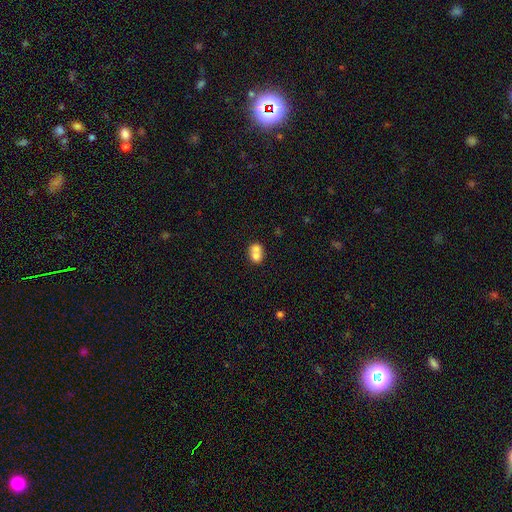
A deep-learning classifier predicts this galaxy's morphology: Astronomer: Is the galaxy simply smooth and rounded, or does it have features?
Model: smooth — 71%.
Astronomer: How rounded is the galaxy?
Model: round — 60% (runner-up: in between, 39%).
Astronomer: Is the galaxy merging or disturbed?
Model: merger — 68%.